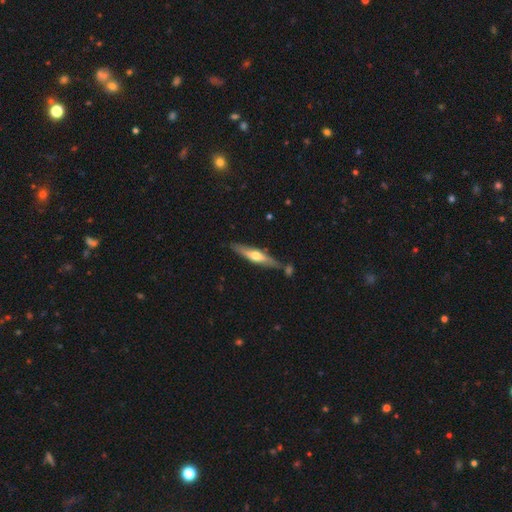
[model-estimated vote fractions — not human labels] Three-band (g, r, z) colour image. It shows a featured or disk galaxy (56%) viewed edge-on (90%) with a rounded central bulge (88%). Merging: none (76%).